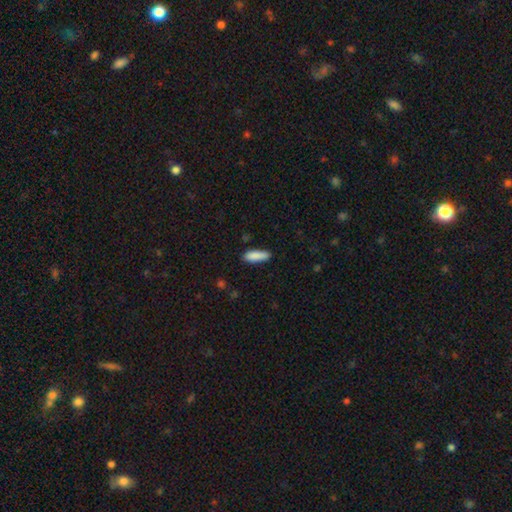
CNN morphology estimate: This is clearly a smooth galaxy (88%). How rounded: possibly in between (56%). Merging: clearly none (81%).